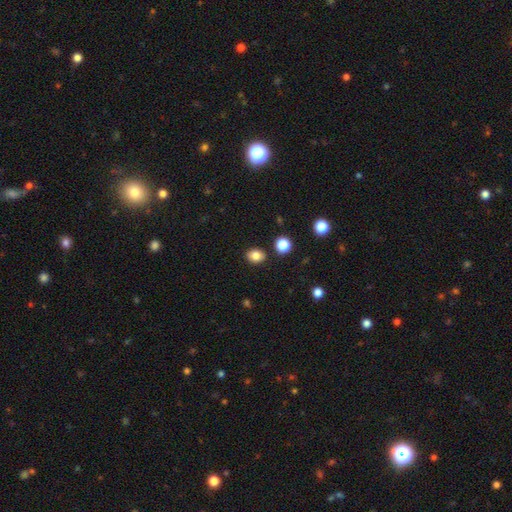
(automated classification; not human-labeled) smooth 84%, star or artifact 11%, featured or disk 6%. Down the decision tree: how rounded — in between (55%); merging — none (86%).